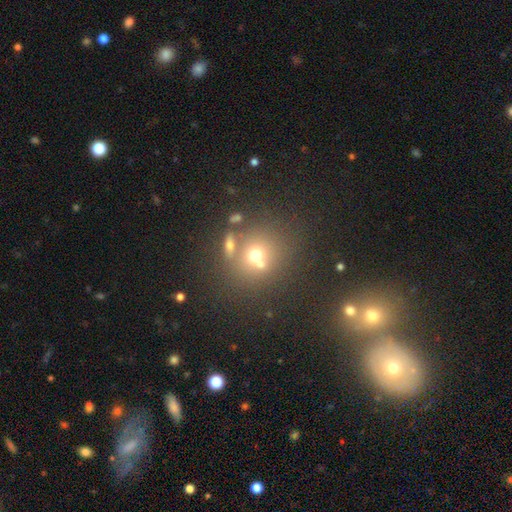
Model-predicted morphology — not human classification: This is likely a smooth galaxy (62%). How rounded: clearly round (81%). Merging: possibly none (51%).